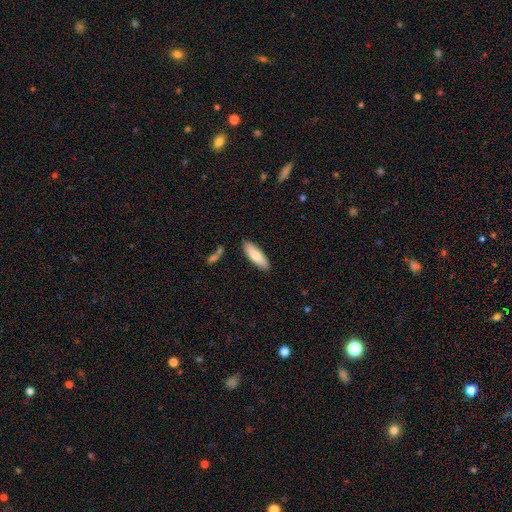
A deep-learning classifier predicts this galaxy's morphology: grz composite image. It shows a smooth galaxy with no disk features (79%) that is in between round and cigar-shaped (52%). Merging: none (86%).